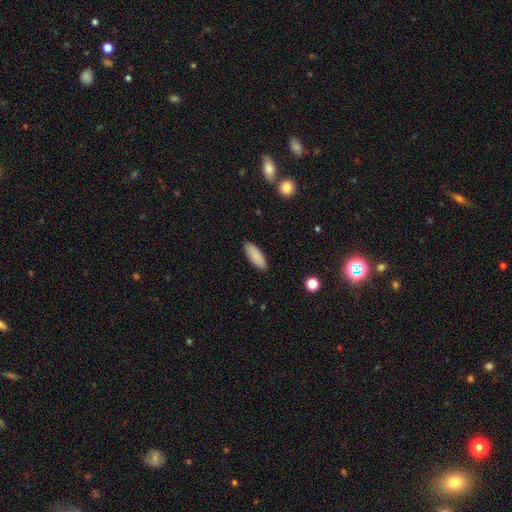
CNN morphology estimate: The model was most divided on "how rounded": in between: 73%, cigar-shaped: 25%, round: 2%. More confident: smooth or featured — smooth (88%); merging — none (87%).